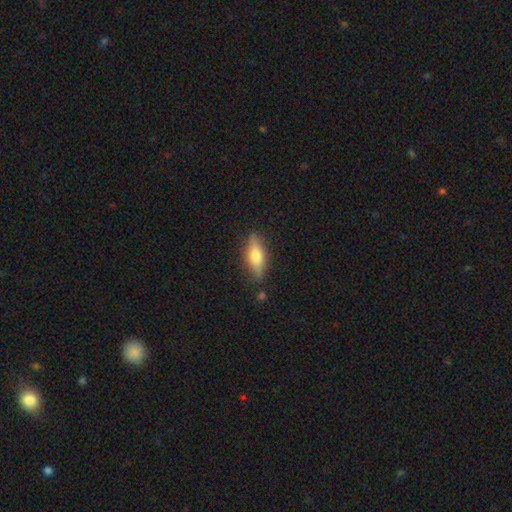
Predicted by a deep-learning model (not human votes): A smooth galaxy with no disk features (61%) that is in between round and cigar-shaped (54%). Merging: none (82%).